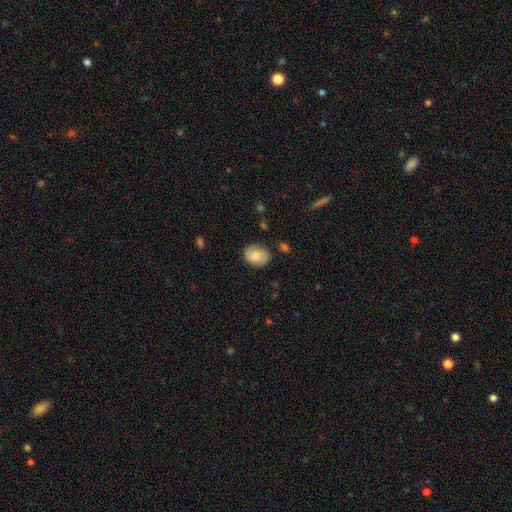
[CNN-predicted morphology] smooth_or_featured: smooth (p=0.71) [alt: featured or disk p=0.22]
how_rounded: in between (p=0.63) [alt: round p=0.36]
merging: none (p=0.77) [alt: minor disturbance p=0.17]